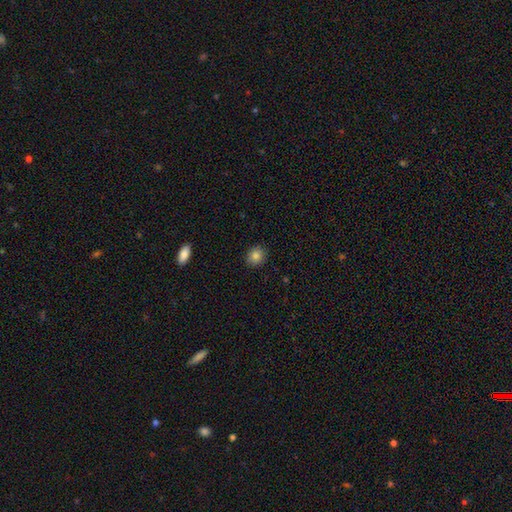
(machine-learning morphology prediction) smooth 84%, star or artifact 10%, featured or disk 6%. Down the decision tree: how rounded — round (72%); merging — none (90%).